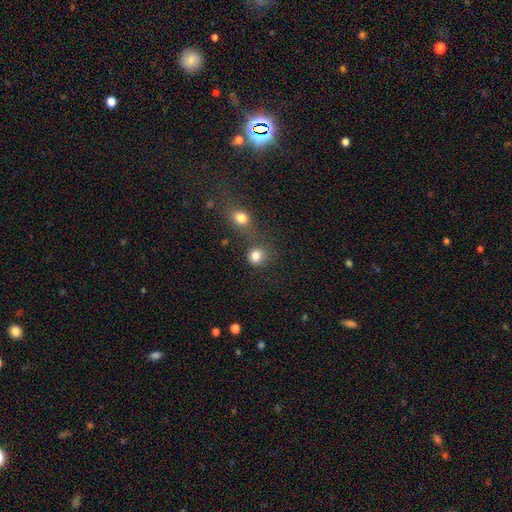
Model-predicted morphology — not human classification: A smooth galaxy with no disk features (82%) that is round (85%). Merging: none (61%).